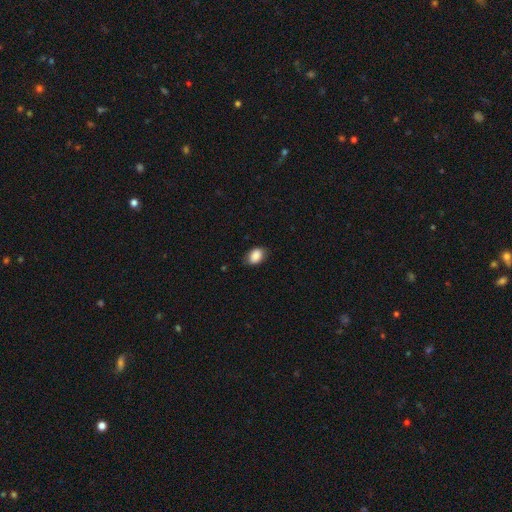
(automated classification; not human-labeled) Smooth or featured: smooth — 87% (star or artifact — 8%)
How rounded: in between — 81% (round — 18%)
Merging: none — 80% (minor disturbance — 16%)